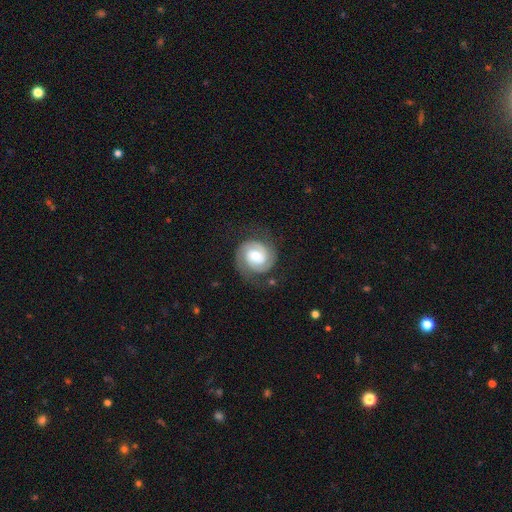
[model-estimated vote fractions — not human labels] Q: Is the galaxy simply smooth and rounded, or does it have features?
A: featured or disk — 84%.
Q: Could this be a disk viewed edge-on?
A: no — 98%.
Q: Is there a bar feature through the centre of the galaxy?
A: no — 54%.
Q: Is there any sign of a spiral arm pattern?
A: yes — 96%.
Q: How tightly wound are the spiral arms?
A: tight — 66%.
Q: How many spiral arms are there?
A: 2 — 84%.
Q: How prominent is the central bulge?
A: moderate — 63%.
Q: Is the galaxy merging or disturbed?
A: none — 76%.